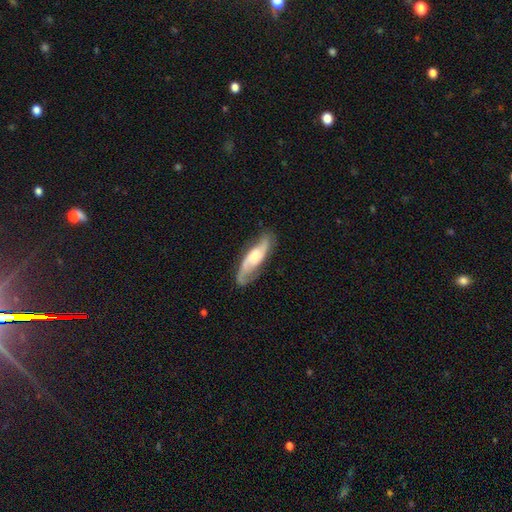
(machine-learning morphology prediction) A featured or disk galaxy (76%) with no bar (53%), 2 (84%) medium (45%) spiral arms (94%) and a moderate central bulge (47%). Merging: none (76%).